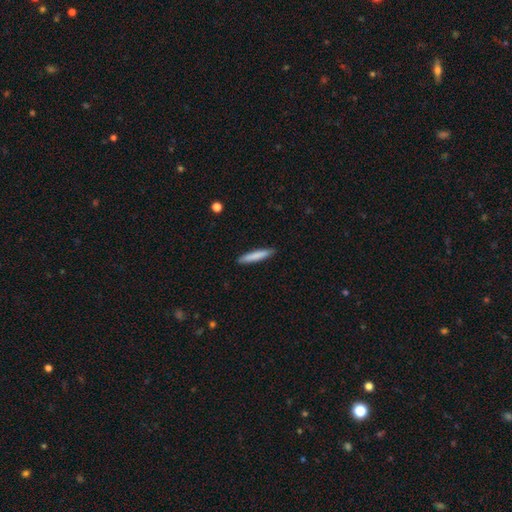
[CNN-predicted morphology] This appears to be a smooth galaxy with no disk features (81%) that is cigar-shaped (93%). Merging: none (89%).